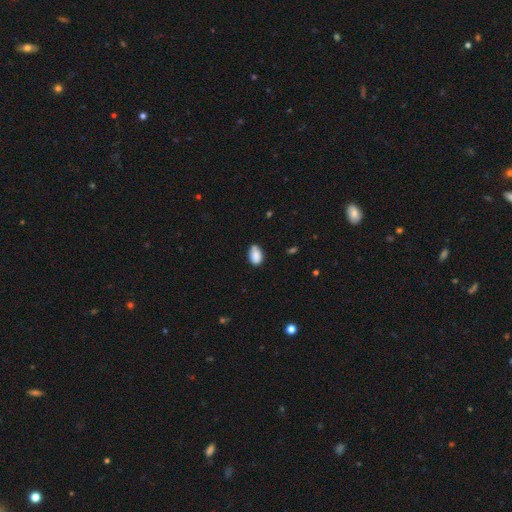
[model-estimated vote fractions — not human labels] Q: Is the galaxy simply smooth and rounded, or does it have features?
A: smooth — 86%.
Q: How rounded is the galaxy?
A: in between — 89%.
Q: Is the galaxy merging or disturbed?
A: none — 68%.